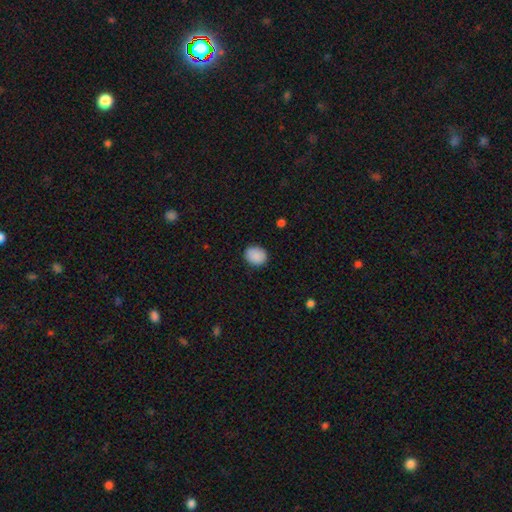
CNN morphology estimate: A smooth galaxy with no disk features (89%) that is round (63%). Merging: none (86%).